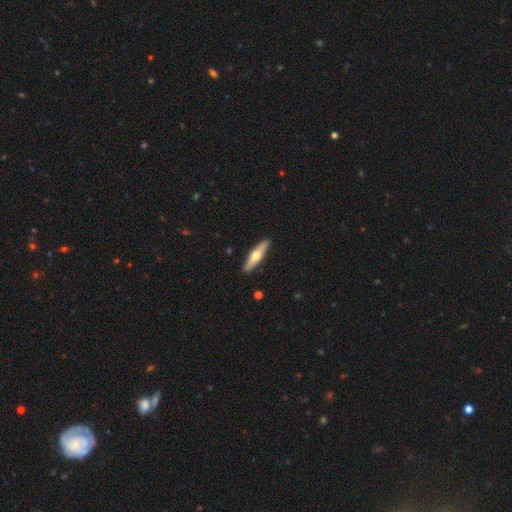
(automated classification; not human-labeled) Q: Smooth or featured?
A: smooth (48%); runner-up: featured or disk (47%)
Q: Merging?
A: none (91%); runner-up: minor disturbance (7%)